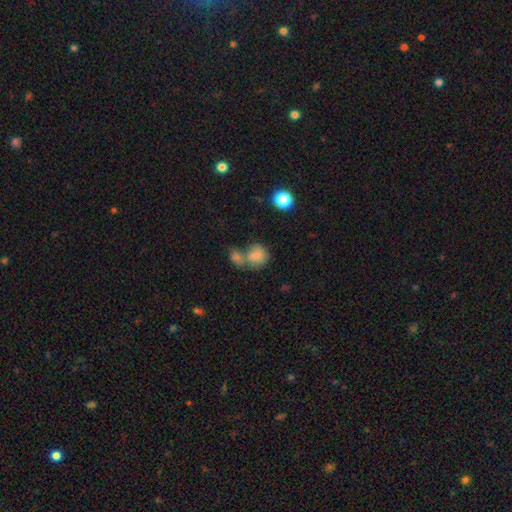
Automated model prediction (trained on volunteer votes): Overall: smooth (77%). How rounded: round (62%; in between 37%). Merging: merger (57%; none 27%).